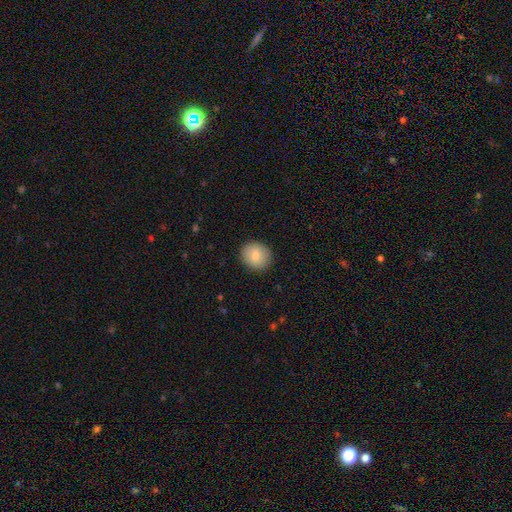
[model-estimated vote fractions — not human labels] Smooth or featured: smooth — 82% (featured or disk — 10%)
How rounded: round — 81% (in between — 18%)
Merging: none — 90% (minor disturbance — 7%)